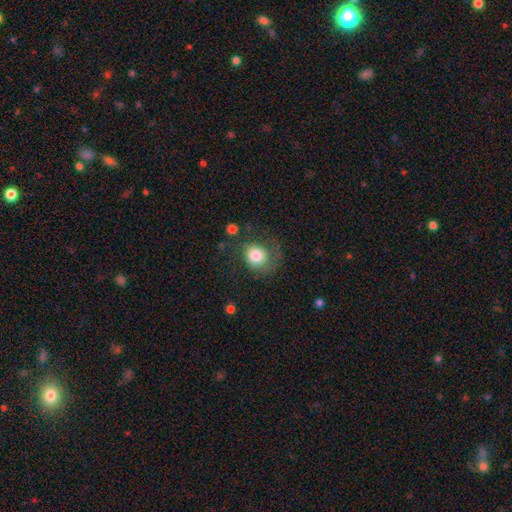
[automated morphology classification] The model was most divided on "merging": none: 46%, major disturbance: 30%, minor disturbance: 21%, merger: 3%. More confident: how rounded — round (73%); smooth or featured — smooth (70%).